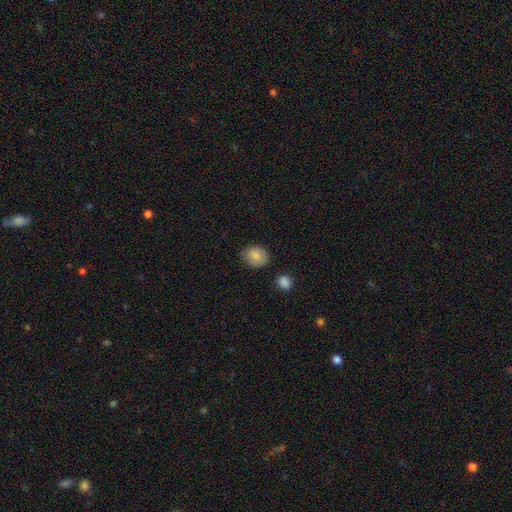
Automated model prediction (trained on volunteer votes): Smooth or featured: smooth — 84% (featured or disk — 9%)
How rounded: round — 63% (in between — 36%)
Merging: none — 79% (minor disturbance — 15%)